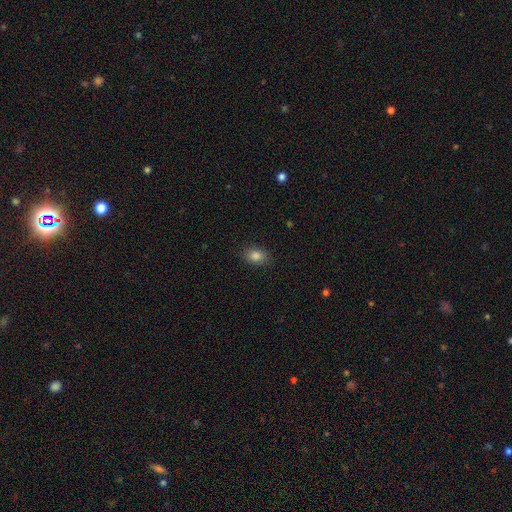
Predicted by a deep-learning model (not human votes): This appears to be a smooth galaxy with no disk features (84%) that is in between round and cigar-shaped (77%). Merging: none (87%).